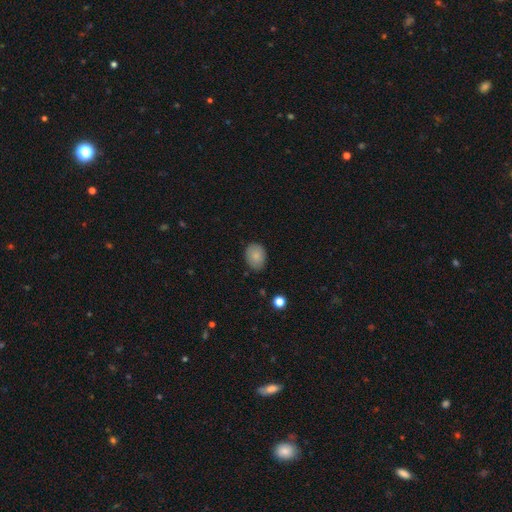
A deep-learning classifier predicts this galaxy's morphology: Smooth or featured?
  - smooth: 82% *
  - featured or disk: 10%
  - star or artifact: 8%
How rounded?
  - in between: 68% *
  - round: 31%
  - cigar-shaped: 1%
Merging?
  - none: 80% *
  - minor disturbance: 16%
  - major disturbance: 3%
  - merger: 1%